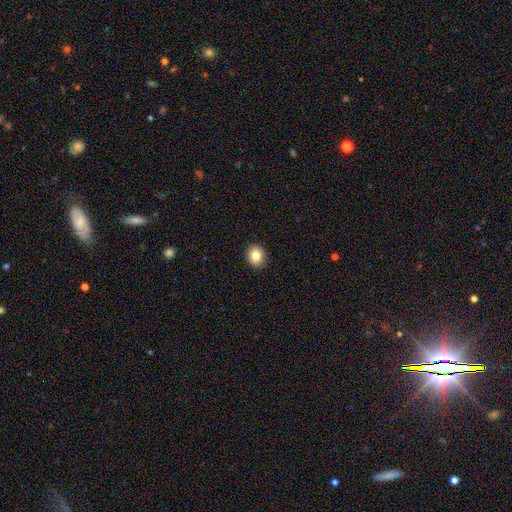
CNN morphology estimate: Smooth or featured?
  - smooth: 83% *
  - star or artifact: 10%
  - featured or disk: 7%
How rounded?
  - round: 74% *
  - in between: 25%
  - cigar-shaped: 1%
Merging?
  - none: 92% *
  - minor disturbance: 5%
  - major disturbance: 2%
  - merger: 1%